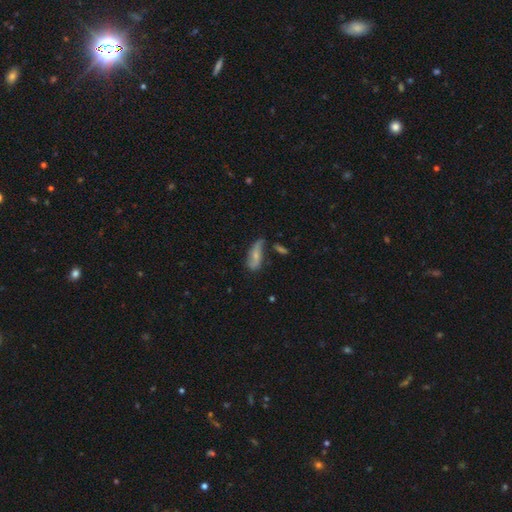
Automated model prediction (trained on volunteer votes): Smooth or featured: smooth — 50% (featured or disk — 42%)
Merging: none — 48% (minor disturbance — 31%)